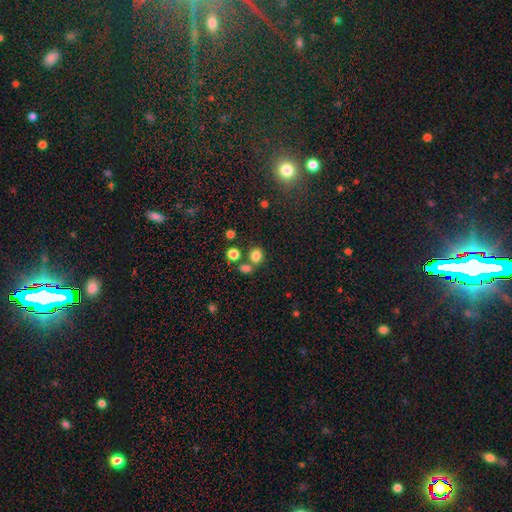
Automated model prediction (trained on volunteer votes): smooth 80%, star or artifact 14%, featured or disk 6%. Down the decision tree: how rounded — round (72%); merging — none (64%).